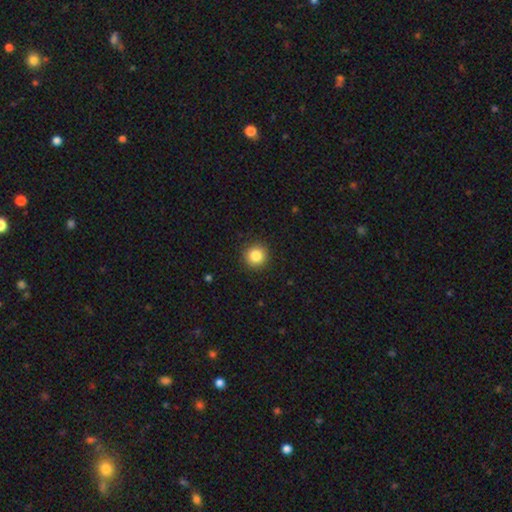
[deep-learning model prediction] Smooth or featured? smooth (85%)
How rounded? round (94%)
Merging? none (92%)